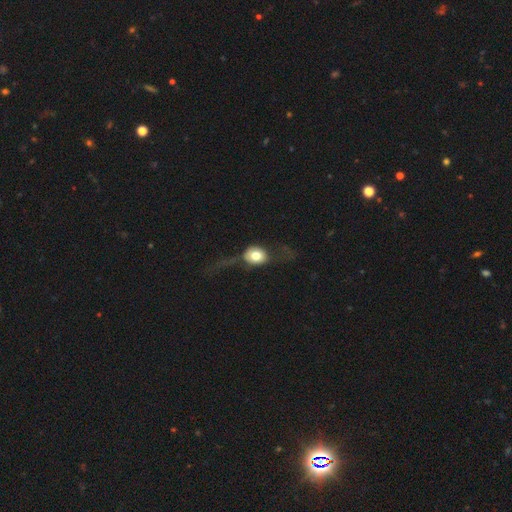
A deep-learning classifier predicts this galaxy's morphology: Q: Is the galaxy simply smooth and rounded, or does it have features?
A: smooth — 58%.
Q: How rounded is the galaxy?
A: round — 65%.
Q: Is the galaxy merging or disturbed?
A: none — 39%.